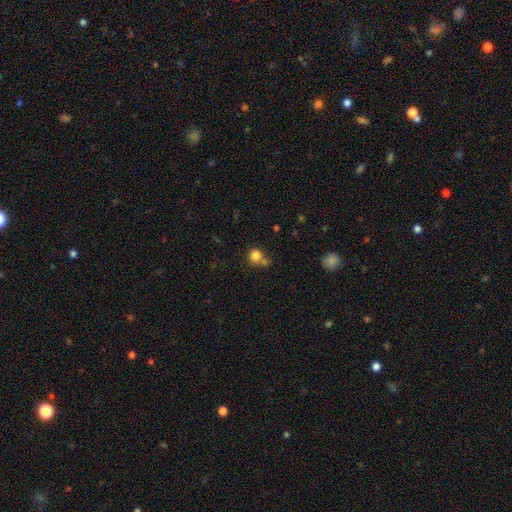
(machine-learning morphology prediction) smooth_or_featured: smooth (p=0.81) [alt: star or artifact p=0.11]
how_rounded: round (p=0.86) [alt: in between p=0.13]
merging: none (p=0.52) [alt: merger p=0.25]